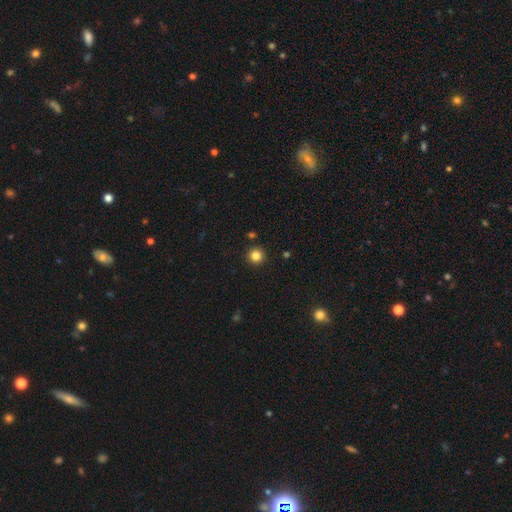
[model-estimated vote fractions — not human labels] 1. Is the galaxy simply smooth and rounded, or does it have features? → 83% smooth, 12% star or artifact, 4% featured or disk.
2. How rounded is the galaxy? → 95% round, 4% in between, 1% cigar-shaped.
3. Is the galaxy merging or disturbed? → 92% none, 4% minor disturbance, 2% merger, 2% major disturbance.